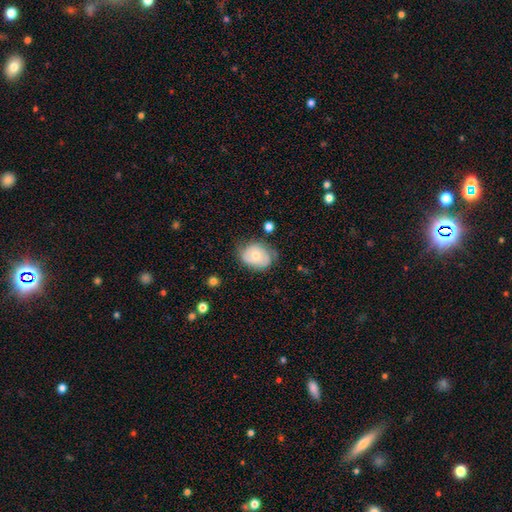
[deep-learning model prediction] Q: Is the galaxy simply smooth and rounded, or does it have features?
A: featured or disk — 52%.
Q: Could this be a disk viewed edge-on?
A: no — 96%.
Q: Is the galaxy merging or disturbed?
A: none — 59%.